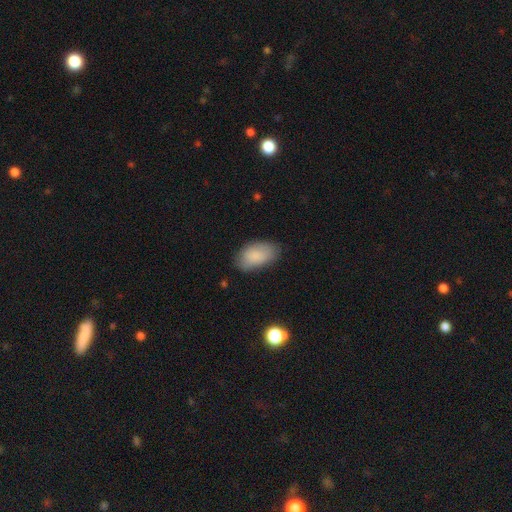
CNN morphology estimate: smooth-or-featured: smooth: 86% | featured or disk: 8% | star or artifact: 7%
  how-rounded: in between: 94% | round: 4% | cigar-shaped: 2%
  merging: none: 75% | minor disturbance: 19% | major disturbance: 4% | merger: 1%